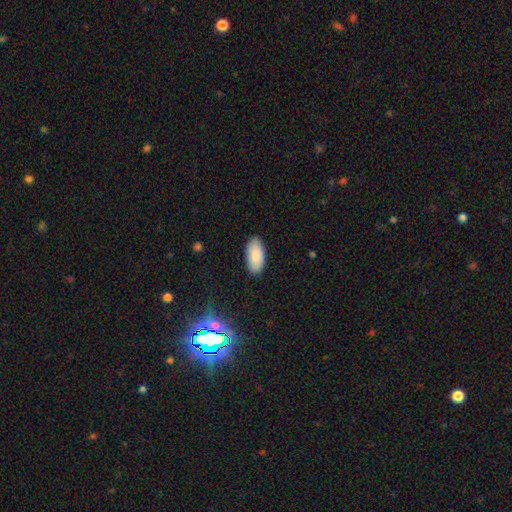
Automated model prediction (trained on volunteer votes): Smooth or featured?
  - smooth: 89% *
  - star or artifact: 6%
  - featured or disk: 5%
How rounded?
  - in between: 93% *
  - cigar-shaped: 5%
  - round: 2%
Merging?
  - none: 88% *
  - minor disturbance: 9%
  - major disturbance: 2%
  - merger: 1%